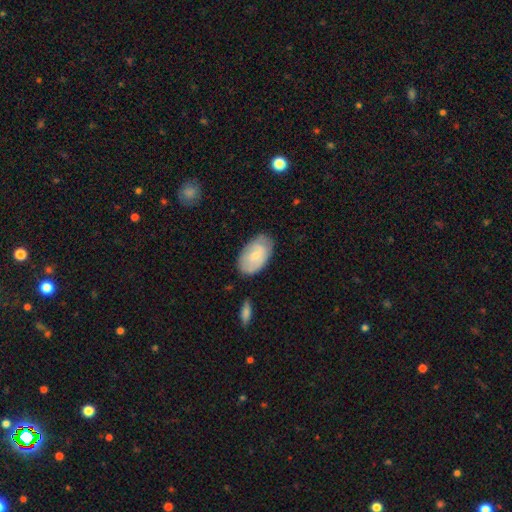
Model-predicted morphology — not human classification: smooth 67%, featured or disk 27%, star or artifact 6%. Down the decision tree: how rounded — in between (94%); merging — none (74%).